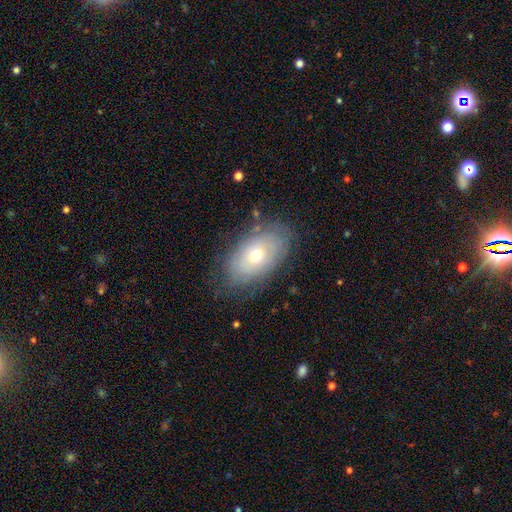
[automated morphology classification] Smooth or featured: smooth — 54% (featured or disk — 37%)
How rounded: in between — 90% (round — 9%)
Merging: none — 76% (minor disturbance — 17%)